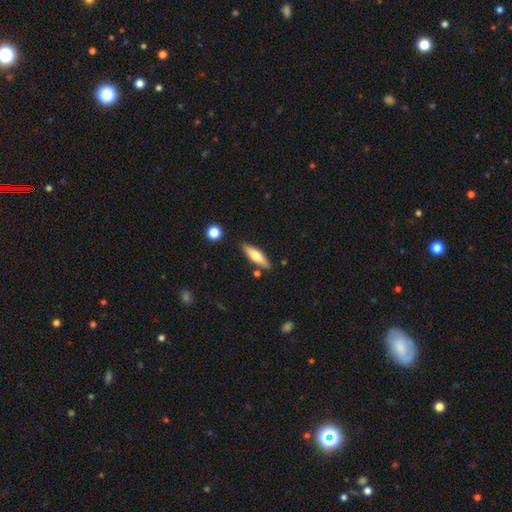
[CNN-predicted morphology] This appears to be a smooth galaxy with no disk features (58%) that is cigar-shaped (67%). Merging: none (83%).